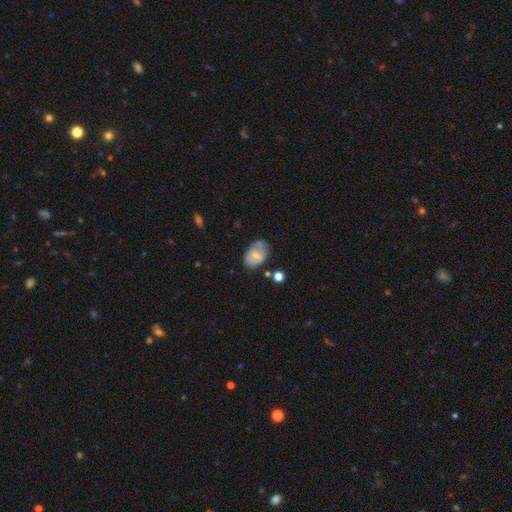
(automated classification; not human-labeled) Smooth or featured: smooth — 59% (featured or disk — 33%)
How rounded: in between — 84% (round — 14%)
Merging: none — 54% (minor disturbance — 30%)